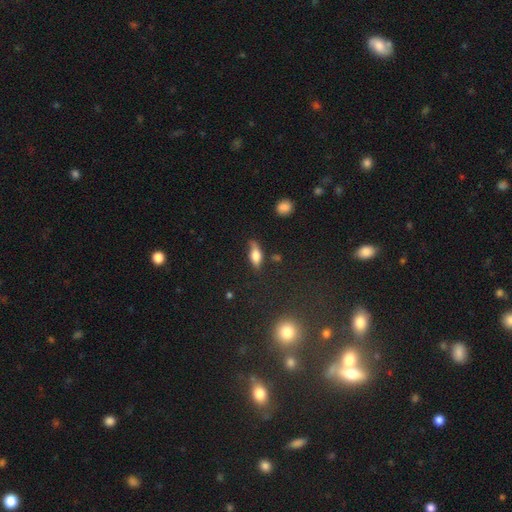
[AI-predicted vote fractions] The model was most divided on "merging": none: 61%, minor disturbance: 28%, major disturbance: 8%, merger: 3%. More confident: how rounded — in between (69%); smooth or featured — smooth (63%).